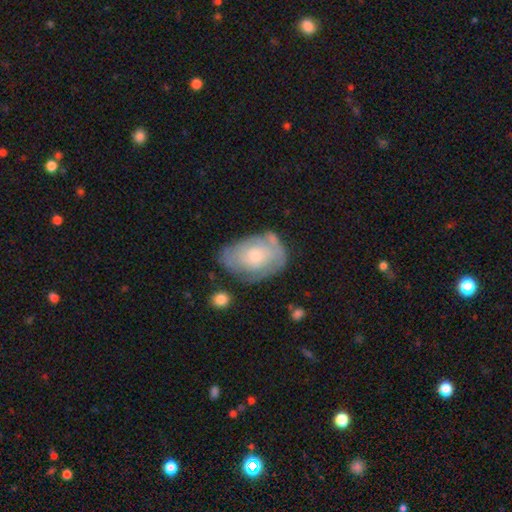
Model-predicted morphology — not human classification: Smooth or featured? featured or disk (54%)
Edge-on disk? no (95%)
Bar? no (80%)
Spiral arms? yes (64%)
Bulge size? small (53%)
Merging? none (56%)